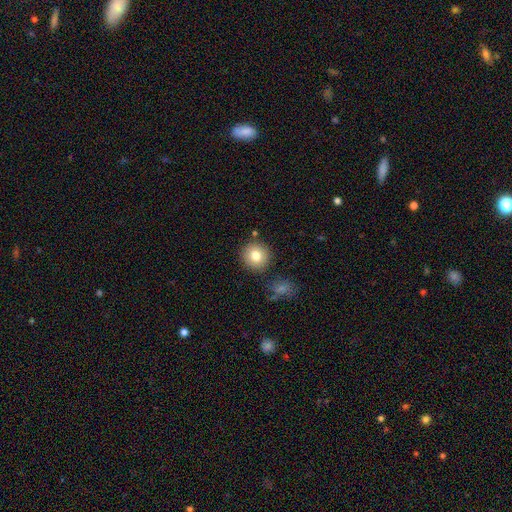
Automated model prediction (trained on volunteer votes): This is likely a smooth galaxy (79%). How rounded: clearly round (93%). Merging: clearly none (84%).